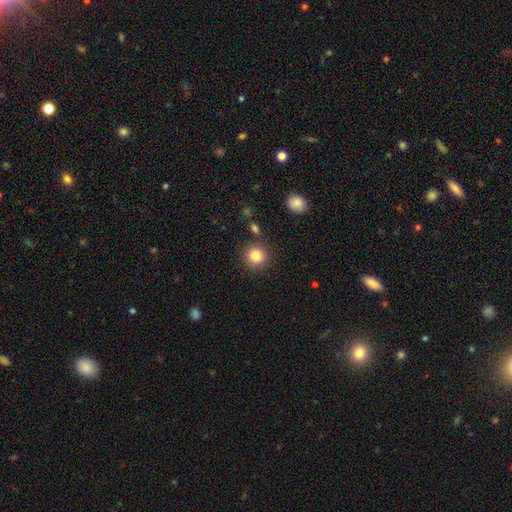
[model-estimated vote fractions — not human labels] A smooth galaxy with no disk features (84%) that is round (92%). Merging: none (87%).